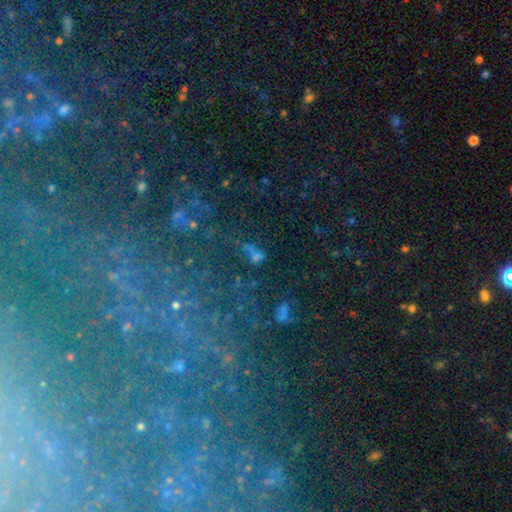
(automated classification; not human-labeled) This appears to be a star or artifact, not a galaxy (50%).